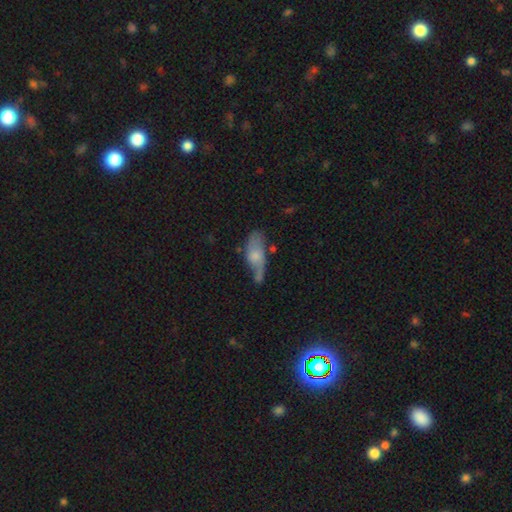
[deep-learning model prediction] Q: Smooth or featured?
A: smooth (54%); runner-up: featured or disk (38%)
Q: How rounded?
A: in between (76%); runner-up: cigar-shaped (20%)
Q: Merging?
A: none (38%); runner-up: minor disturbance (32%)